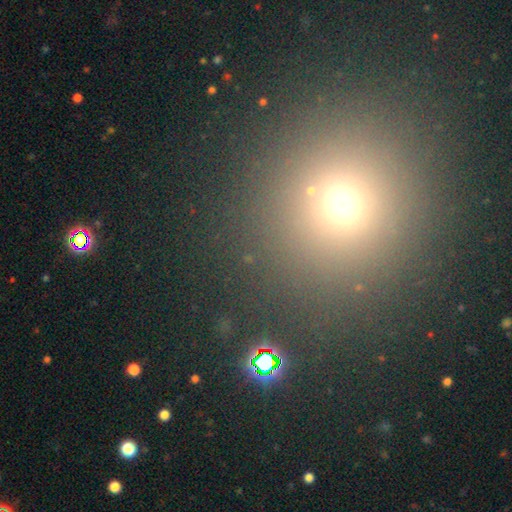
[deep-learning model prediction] smooth 54%, star or artifact 38%, featured or disk 8%. Down the decision tree: how rounded — round (91%); merging — none (87%).